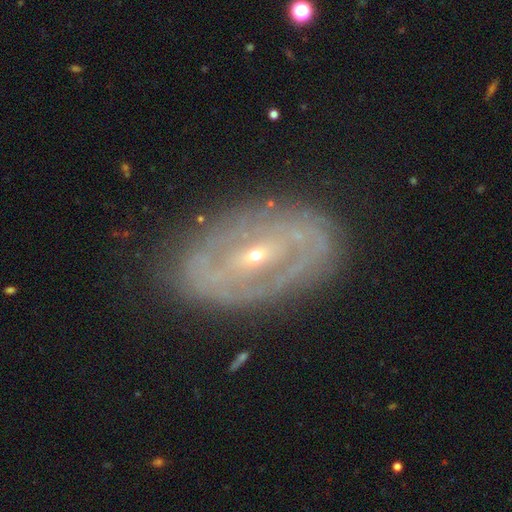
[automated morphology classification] Overall: featured or disk (82%). Edge-on disk: no (94%). Bar: weak (38%; no 34%). Spiral arms: yes (74%). Spiral arm count: 2 (44%; can't tell 35%). Spiral winding: tight (61%; medium 27%). Bulge size: small (79%). Merging: none (75%).